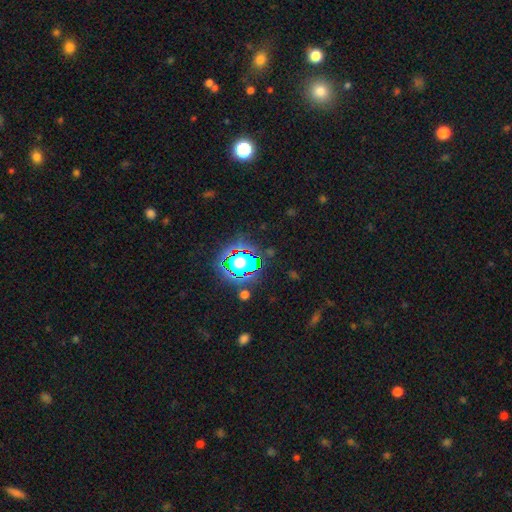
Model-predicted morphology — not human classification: Smooth or featured? star or artifact (82%)